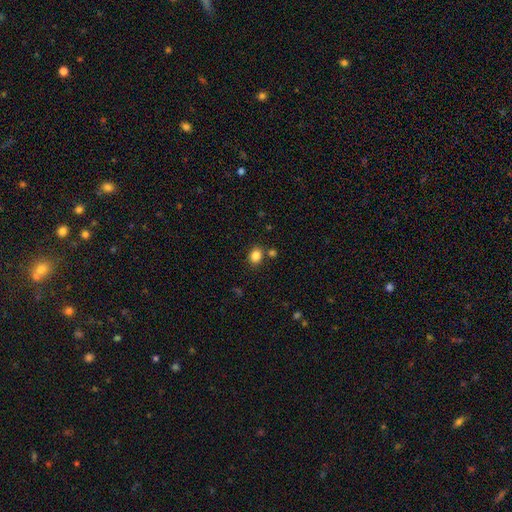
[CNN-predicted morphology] This appears to be a smooth galaxy with no disk features (84%) that is round (55%). Merging: none (79%).